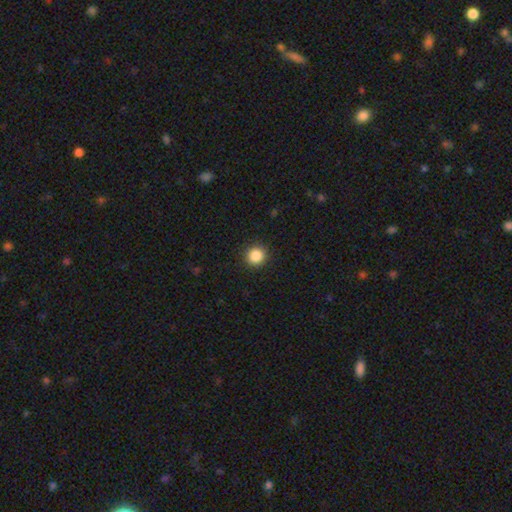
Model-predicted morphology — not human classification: Smooth or featured? Predicted: smooth (p=0.87). How rounded? Predicted: round (p=0.94). Merging? Predicted: none (p=0.92).